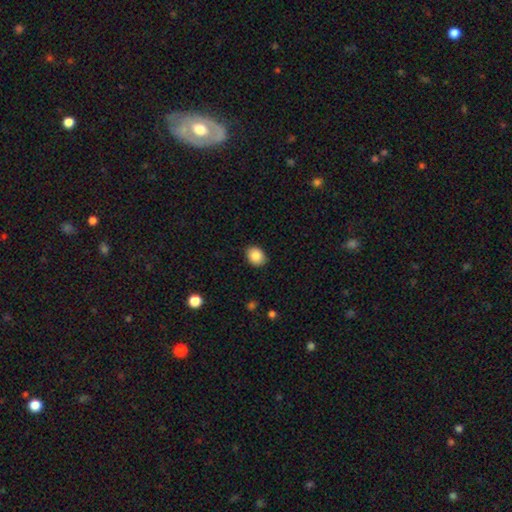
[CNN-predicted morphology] A smooth galaxy with no disk features (87%) that is round (51%). Merging: none (88%).